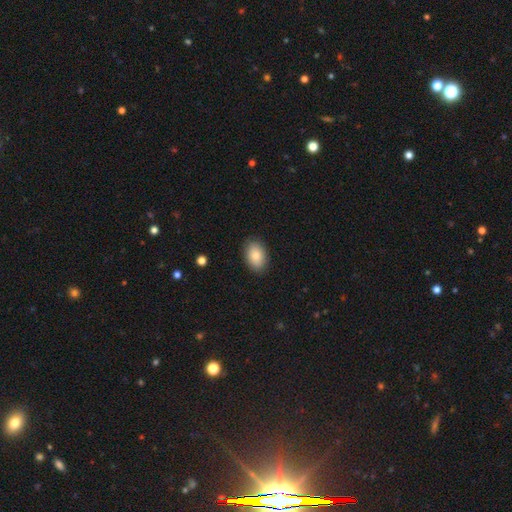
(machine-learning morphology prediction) smooth 86%, featured or disk 7%, star or artifact 7%. Down the decision tree: how rounded — in between (87%); merging — none (88%).